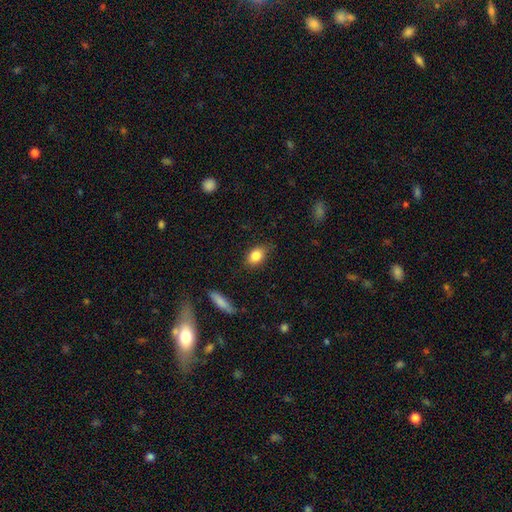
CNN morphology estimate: This appears to be a smooth galaxy with no disk features (84%) that is in between round and cigar-shaped (77%). Merging: none (79%).